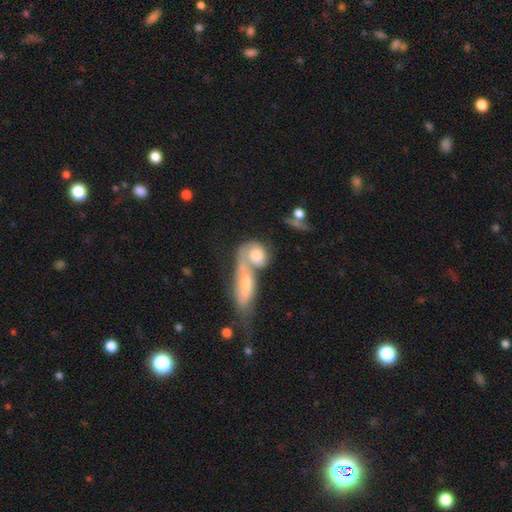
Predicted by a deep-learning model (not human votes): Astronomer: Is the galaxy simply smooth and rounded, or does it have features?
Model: smooth — 59% (runner-up: featured or disk, 34%).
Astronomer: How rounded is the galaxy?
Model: in between — 48% (runner-up: round, 42%).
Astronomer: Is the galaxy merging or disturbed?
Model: merger — 60%.